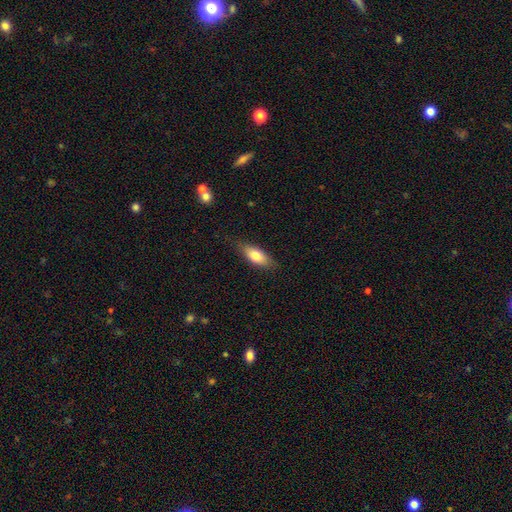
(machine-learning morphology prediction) smooth_or_featured: smooth (p=0.74) [alt: featured or disk p=0.20]
how_rounded: in between (p=0.74) [alt: cigar-shaped p=0.23]
merging: none (p=0.80) [alt: minor disturbance p=0.15]